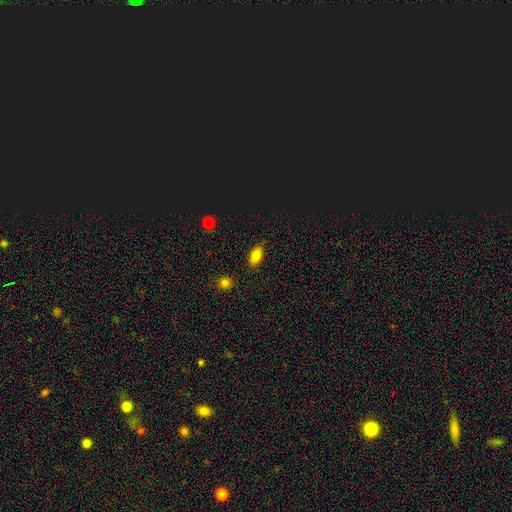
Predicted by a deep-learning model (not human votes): A smooth galaxy with no disk features (81%) that is in between round and cigar-shaped (89%). Merging: none (83%).